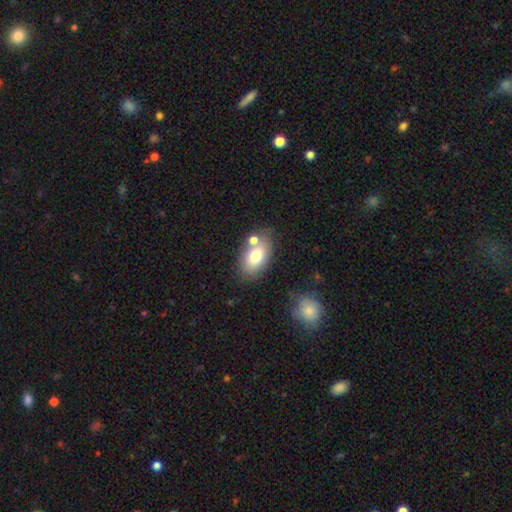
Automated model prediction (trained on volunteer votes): Smooth or featured? Predicted: smooth (p=0.73). How rounded? Predicted: in between (p=0.89). Merging? Predicted: none (p=0.63).